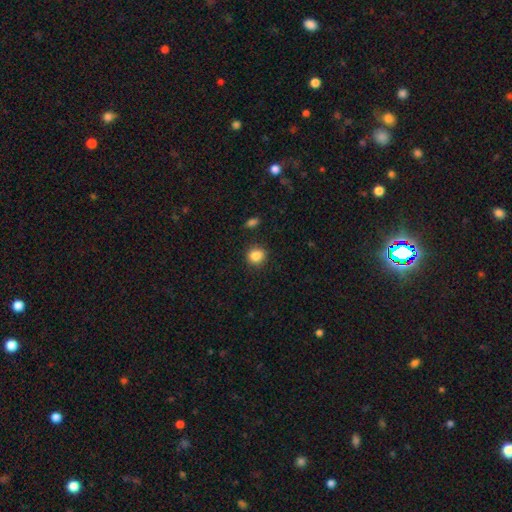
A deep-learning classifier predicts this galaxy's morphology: This is clearly a smooth galaxy (86%). How rounded: clearly round (87%). Merging: clearly none (89%).